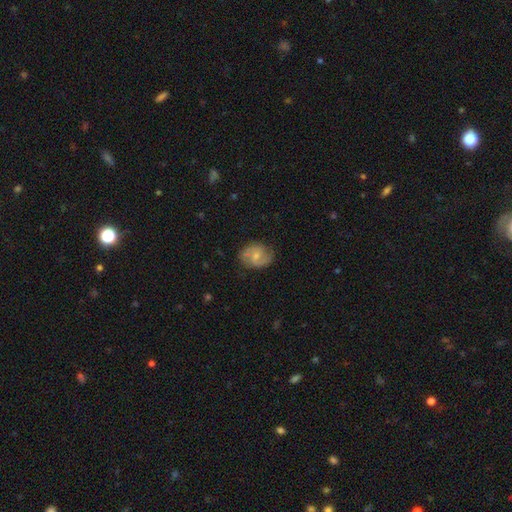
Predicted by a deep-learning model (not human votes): Smooth or featured? Predicted: featured or disk (p=0.68). Edge-on disk? Predicted: no (p=0.97). Bar? Predicted: no (p=0.47). Spiral arms? Predicted: yes (p=0.92). Spiral winding? Predicted: medium (p=0.51). Spiral arm count? Predicted: 2 (p=0.86). Bulge size? Predicted: small (p=0.52). Merging? Predicted: none (p=0.73).